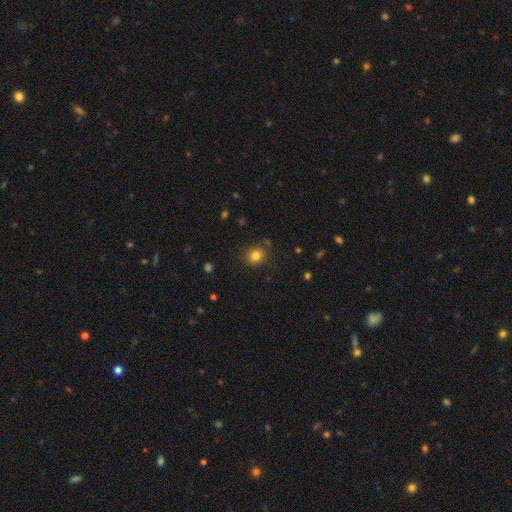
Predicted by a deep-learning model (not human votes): smooth_or_featured: smooth (p=0.81) [alt: star or artifact p=0.12]
how_rounded: round (p=0.76) [alt: in between p=0.23]
merging: none (p=0.83) [alt: minor disturbance p=0.11]